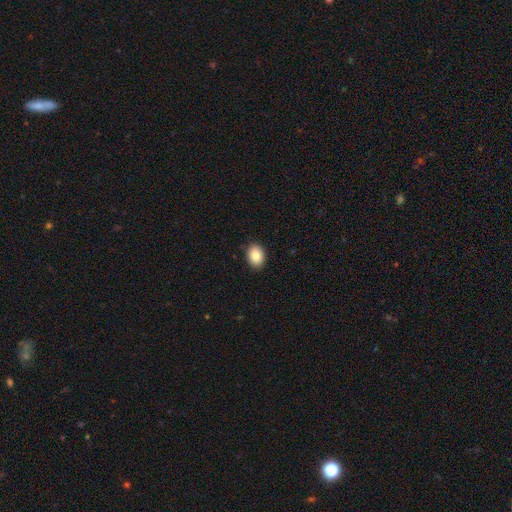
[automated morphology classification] Smooth or featured? smooth (85%)
How rounded? in between (74%)
Merging? none (90%)